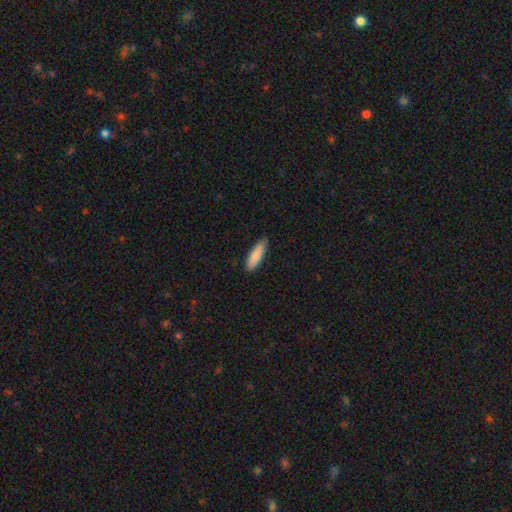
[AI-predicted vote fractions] Overall: smooth (88%). How rounded: cigar-shaped (60%; in between 39%). Merging: none (83%).